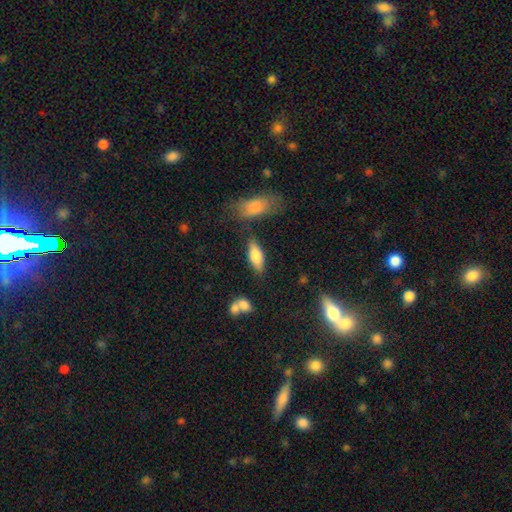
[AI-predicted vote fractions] Q: Smooth or featured?
A: smooth (74%); runner-up: featured or disk (19%)
Q: How rounded?
A: in between (68%); runner-up: cigar-shaped (30%)
Q: Merging?
A: none (75%); runner-up: minor disturbance (14%)